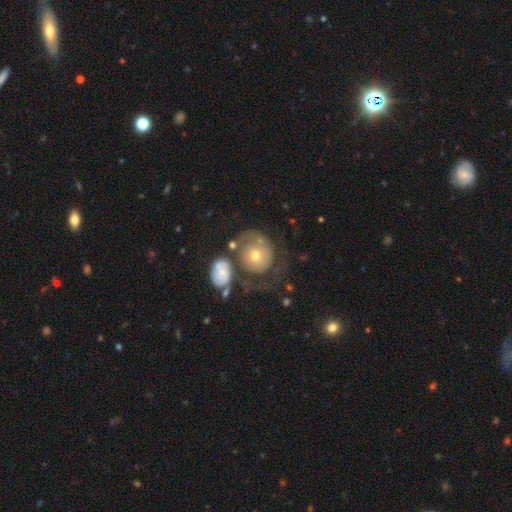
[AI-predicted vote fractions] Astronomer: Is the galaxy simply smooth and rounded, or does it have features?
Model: featured or disk — 53% (runner-up: smooth, 38%).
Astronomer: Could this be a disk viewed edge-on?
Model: no — 96%.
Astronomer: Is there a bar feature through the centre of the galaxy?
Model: no — 85%.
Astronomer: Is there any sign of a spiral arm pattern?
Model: yes — 55% (runner-up: no, 45%).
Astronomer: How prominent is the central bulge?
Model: moderate — 51% (runner-up: small, 41%).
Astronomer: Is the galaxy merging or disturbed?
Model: none — 33%, tied with major disturbance at 33%.